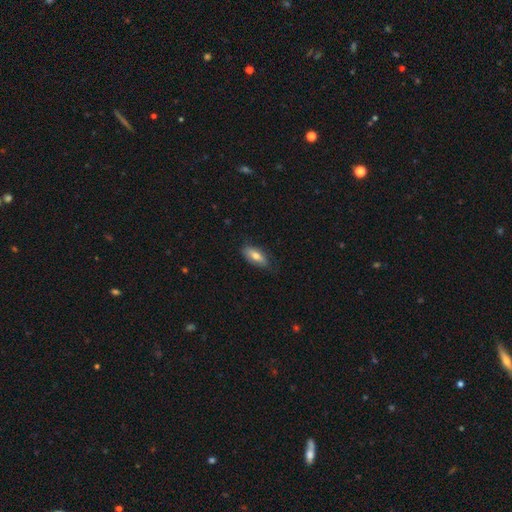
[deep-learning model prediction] Smooth or featured? smooth (68%)
How rounded? in between (78%)
Merging? none (75%)